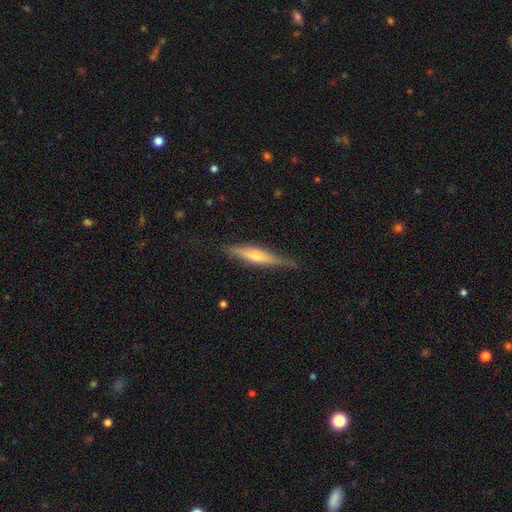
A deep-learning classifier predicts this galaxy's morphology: A featured or disk galaxy (57%) viewed edge-on (94%) with a rounded central bulge (72%).

Vote fractions:
- Smooth or featured? featured or disk: 57% / smooth: 37% / star or artifact: 6%
- Edge-on disk? yes: 94% / no: 6%
- Edge-on bulge? rounded: 72% / none: 16% / boxy: 11%
- Merging? none: 80% / minor disturbance: 16% / major disturbance: 3% / merger: 1%